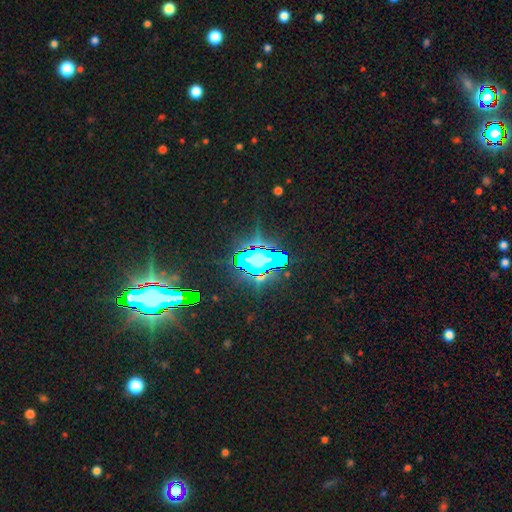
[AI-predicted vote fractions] The model was most divided on "smooth or featured": star or artifact: 53%, smooth: 25%, featured or disk: 22%.